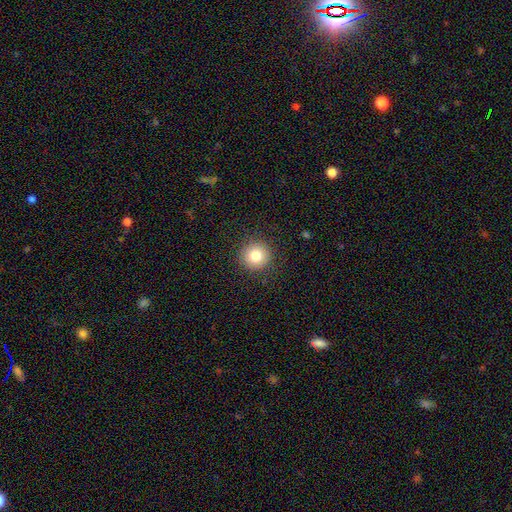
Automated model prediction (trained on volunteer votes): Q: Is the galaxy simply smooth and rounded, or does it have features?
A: smooth — 81%.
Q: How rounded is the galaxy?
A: round — 95%.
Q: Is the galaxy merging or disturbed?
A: none — 91%.